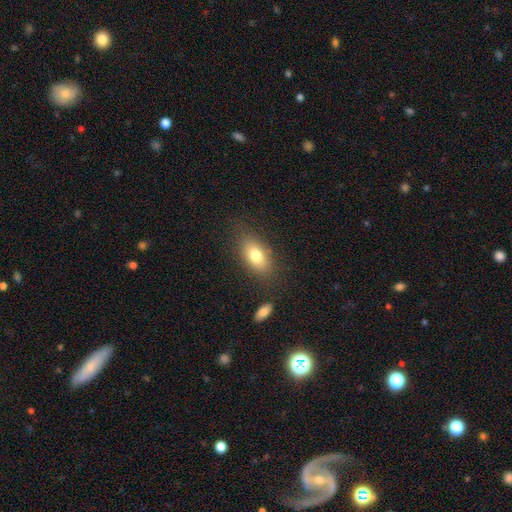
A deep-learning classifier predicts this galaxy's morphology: type=smooth (77%); roundness=in between (86%); merging=none (77%).